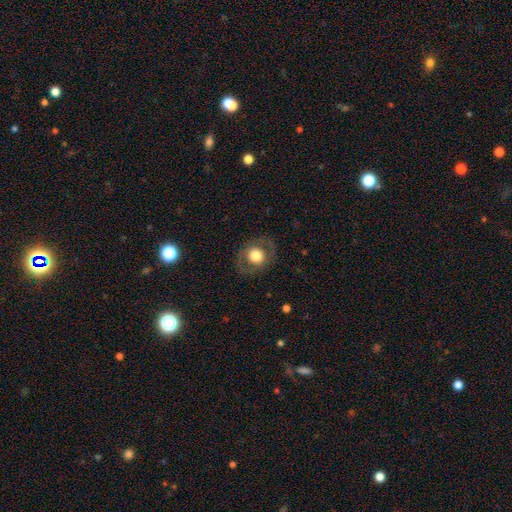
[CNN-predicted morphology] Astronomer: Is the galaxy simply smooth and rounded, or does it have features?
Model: smooth — 60%.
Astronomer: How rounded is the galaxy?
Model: round — 72%.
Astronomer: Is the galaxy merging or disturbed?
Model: none — 81%.